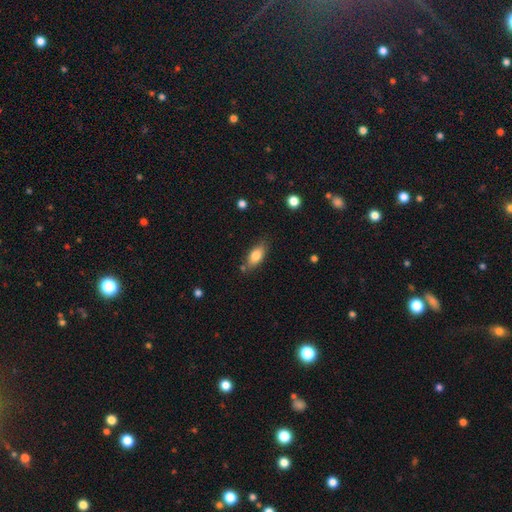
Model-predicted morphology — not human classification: smooth_or_featured: smooth (p=0.80) [alt: featured or disk p=0.13]
how_rounded: in between (p=0.85) [alt: cigar-shaped p=0.11]
merging: none (p=0.75) [alt: minor disturbance p=0.16]